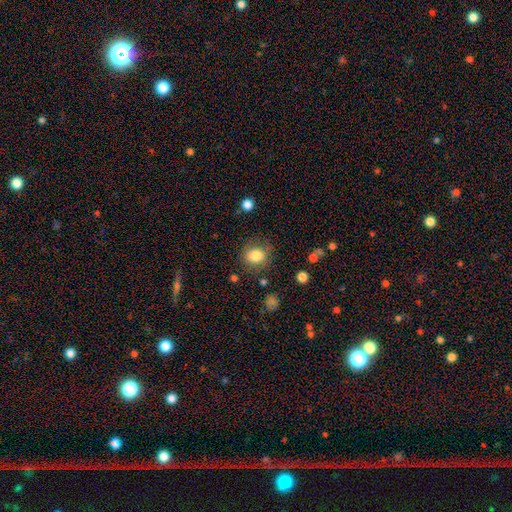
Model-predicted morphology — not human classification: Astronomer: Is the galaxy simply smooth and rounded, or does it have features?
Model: smooth — 82%.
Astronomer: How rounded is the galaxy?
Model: round — 75%.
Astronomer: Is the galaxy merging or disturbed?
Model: none — 75%.